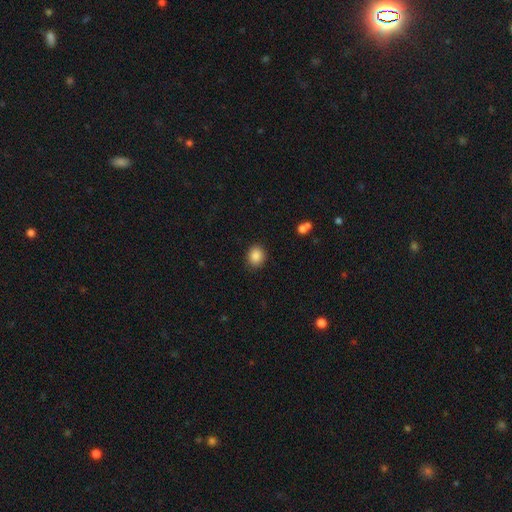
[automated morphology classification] Q: Smooth or featured?
A: smooth (87%); runner-up: star or artifact (9%)
Q: How rounded?
A: round (71%); runner-up: in between (28%)
Q: Merging?
A: none (88%); runner-up: minor disturbance (8%)